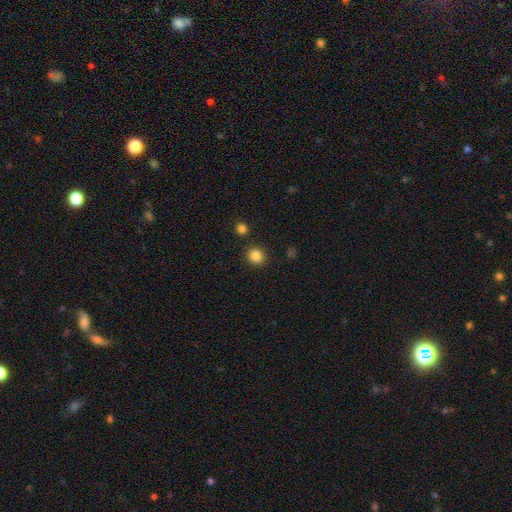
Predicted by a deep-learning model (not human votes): This is clearly a smooth galaxy (85%). How rounded: clearly round (88%). Merging: clearly none (88%).